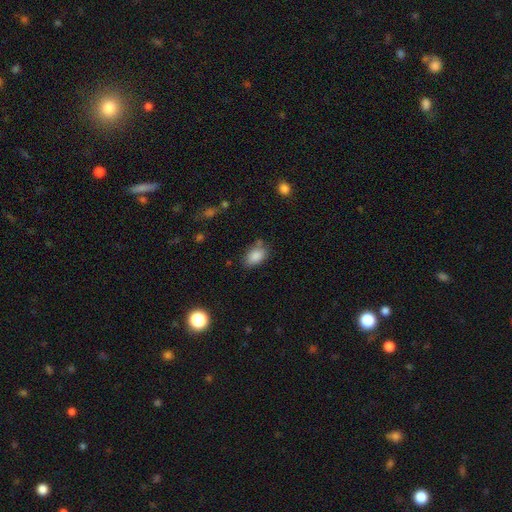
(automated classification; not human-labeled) Smooth or featured: smooth — 87% (star or artifact — 8%)
How rounded: in between — 89% (round — 9%)
Merging: none — 69% (minor disturbance — 21%)